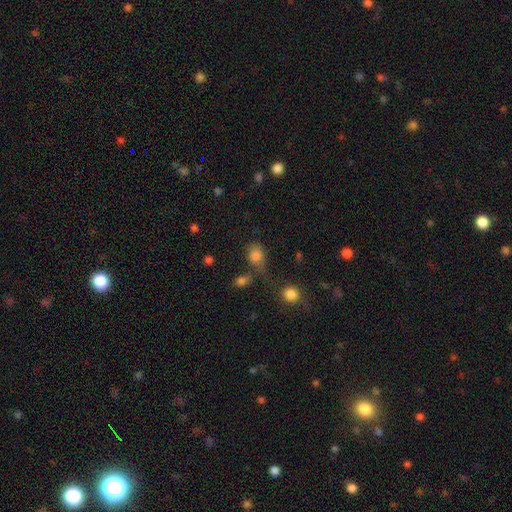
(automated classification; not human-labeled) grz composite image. It shows a smooth galaxy with no disk features (79%) that is in between round and cigar-shaped (63%). Merging: none (43%).